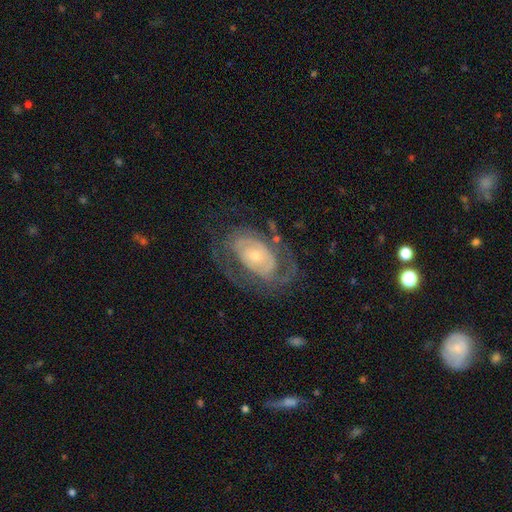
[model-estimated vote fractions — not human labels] The model was most divided on "spiral arm count": 2: 41%, can't tell: 38%, 1: 8%, 3: 7%, 4: 3%, more than 4: 3%. More confident: edge-on disk — no (95%); smooth or featured — featured or disk (77%); bar — no (74%); spiral arms — yes (73%); bulge size — small (66%); merging — none (62%); spiral winding — tight (57%).